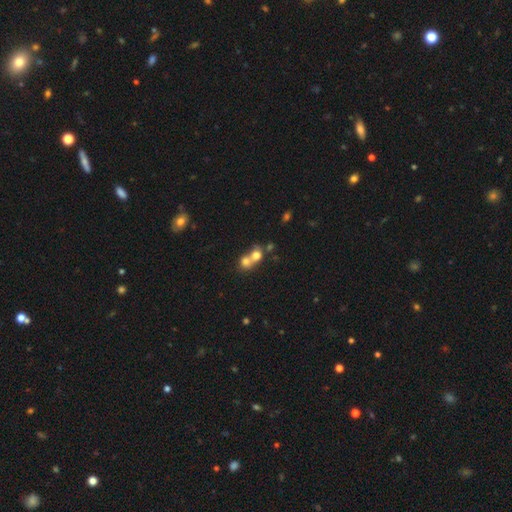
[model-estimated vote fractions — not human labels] A smooth galaxy with no disk features (70%) that is round (76%). Merging: merger (69%).